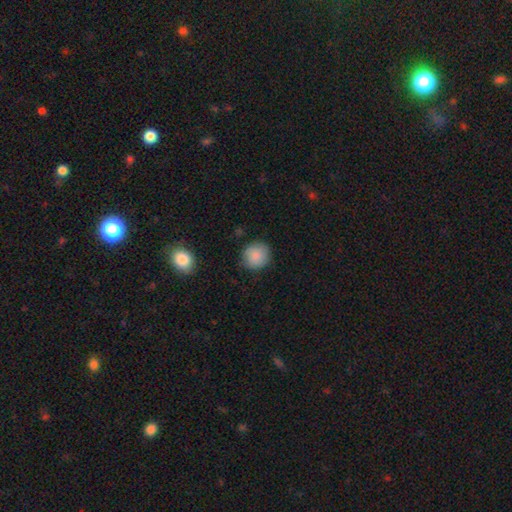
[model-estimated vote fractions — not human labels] Smooth or featured: smooth — 87% (star or artifact — 7%)
How rounded: round — 89% (in between — 11%)
Merging: none — 85% (minor disturbance — 11%)